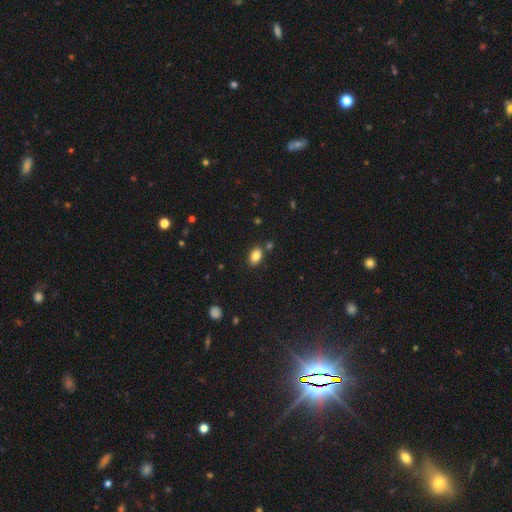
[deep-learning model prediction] Overall: smooth (85%). How rounded: in between (86%). Merging: none (80%).